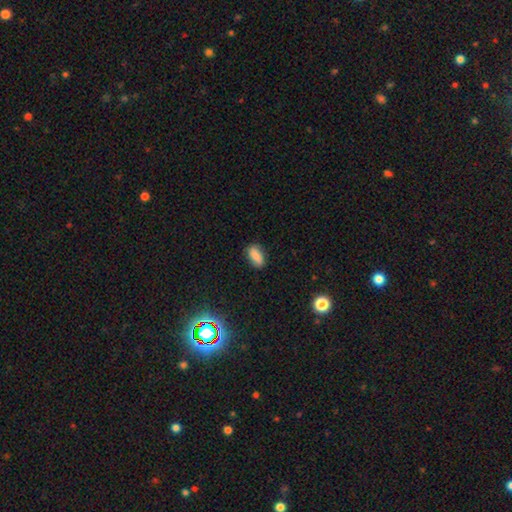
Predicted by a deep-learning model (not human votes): Smooth or featured?
  - smooth: 83% *
  - star or artifact: 9%
  - featured or disk: 8%
How rounded?
  - in between: 89% *
  - cigar-shaped: 6%
  - round: 5%
Merging?
  - none: 81% *
  - minor disturbance: 14%
  - major disturbance: 3%
  - merger: 1%